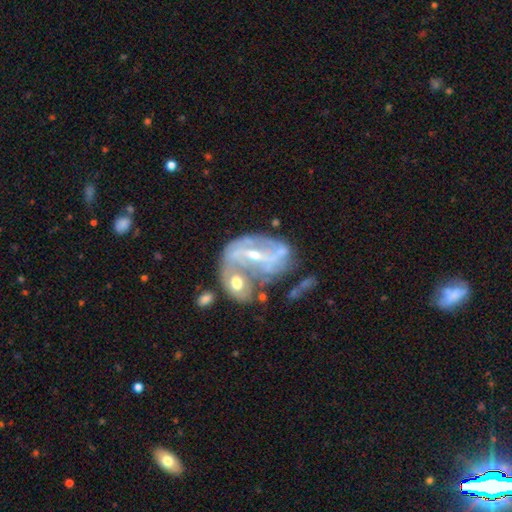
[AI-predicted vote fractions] smooth_or_featured: featured or disk (p=0.81) [alt: smooth p=0.11]
disk_edge_on: no (p=0.95) [alt: yes p=0.05]
bar: strong (p=0.50) [alt: weak p=0.30]
has_spiral_arms: yes (p=0.73) [alt: no p=0.27]
spiral_winding: medium (p=0.38) [alt: loose p=0.33]
spiral_arm_count: 2 (p=0.59) [alt: can't tell p=0.24]
bulge_size: small (p=0.61) [alt: moderate p=0.33]
merging: merger (p=0.35) [alt: none p=0.30]